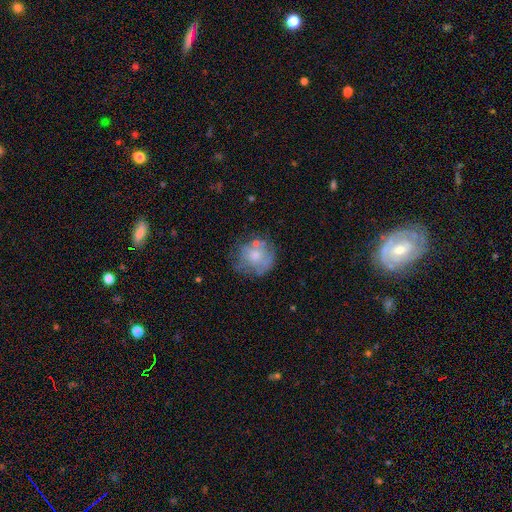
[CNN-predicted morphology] Smooth or featured? Predicted: smooth (p=0.51). How rounded? Predicted: round (p=0.83). Merging? Predicted: none (p=0.55).